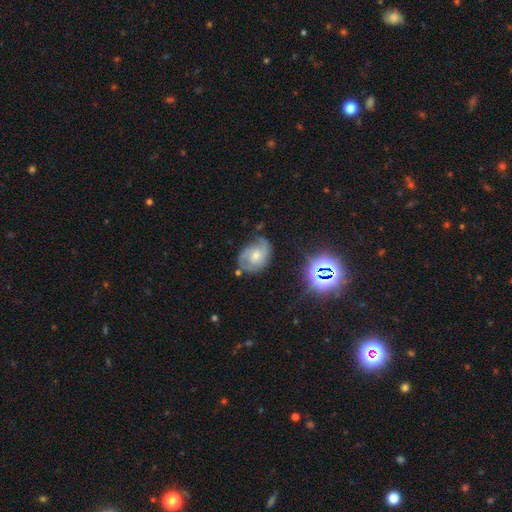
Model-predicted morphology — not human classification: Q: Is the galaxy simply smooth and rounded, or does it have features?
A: featured or disk — 71%.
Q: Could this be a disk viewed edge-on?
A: no — 97%.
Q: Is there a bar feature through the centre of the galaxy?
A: no — 64%.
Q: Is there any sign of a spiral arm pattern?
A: yes — 92%.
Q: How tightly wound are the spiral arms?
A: medium — 45%.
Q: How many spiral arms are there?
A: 2 — 60%.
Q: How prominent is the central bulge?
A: moderate — 47%.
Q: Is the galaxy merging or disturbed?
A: none — 59%.